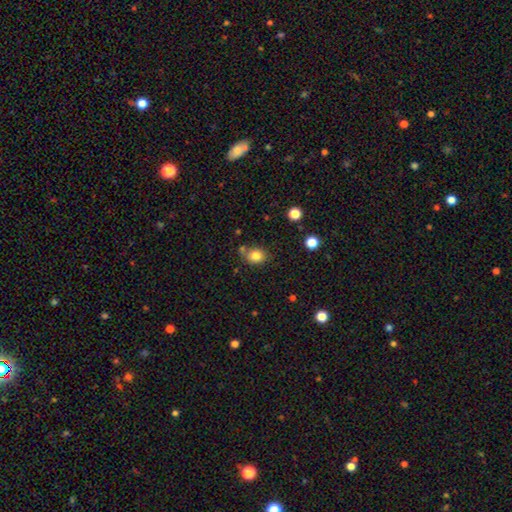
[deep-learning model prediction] Overall: smooth (82%). How rounded: round (60%; in between 39%). Merging: none (67%).